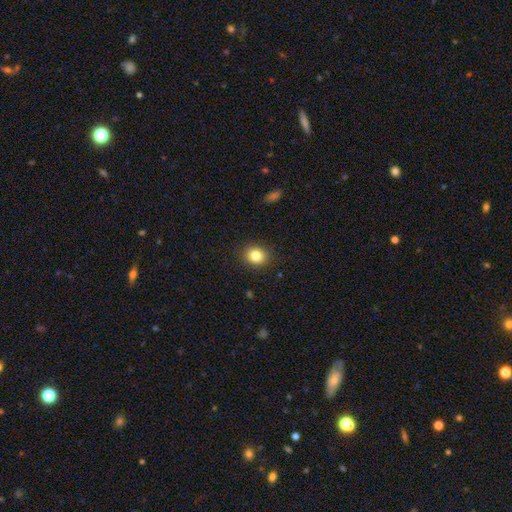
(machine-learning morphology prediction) smooth-or-featured: smooth: 83% | star or artifact: 11% | featured or disk: 6%
  how-rounded: round: 74% | in between: 25% | cigar-shaped: 1%
  merging: none: 89% | minor disturbance: 7% | major disturbance: 2% | merger: 1%